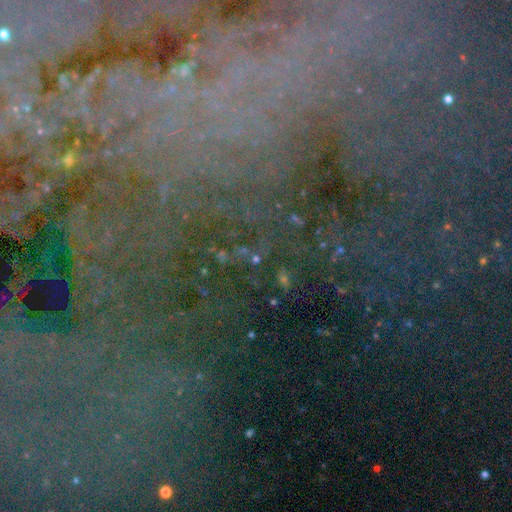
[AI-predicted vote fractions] Morphology: type=star or artifact (75%).